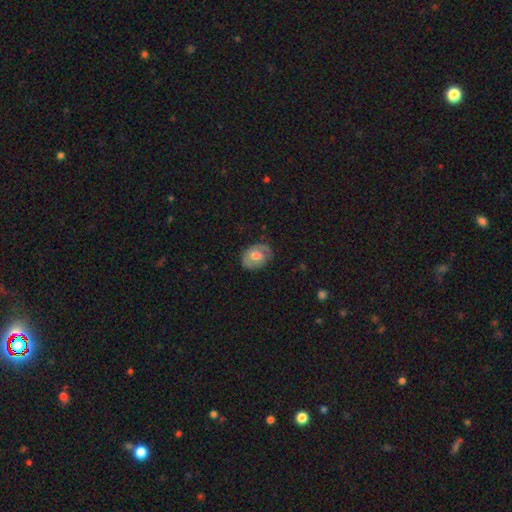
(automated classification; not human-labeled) This is possibly a featured or disk galaxy (53%). It is clearly not viewed edge-on (96%). Bar: possibly no (56%). Spiral arm pattern: likely yes (69%). Central bulge: likely moderate (63%). Merging: likely none (69%).